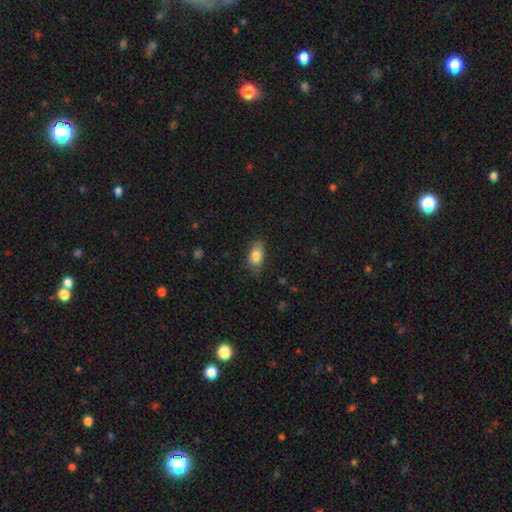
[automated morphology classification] Smooth or featured? Predicted: smooth (p=0.82). How rounded? Predicted: in between (p=0.87). Merging? Predicted: none (p=0.75).